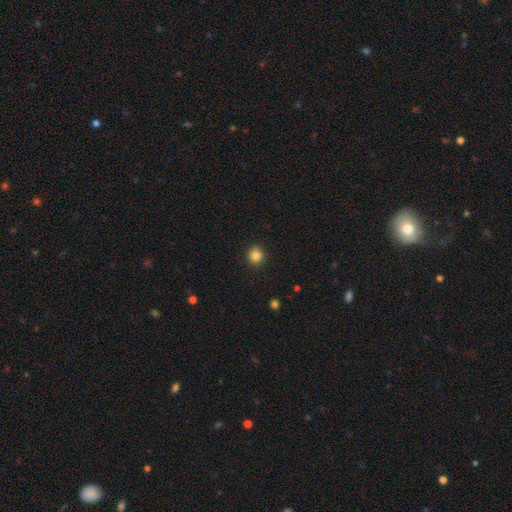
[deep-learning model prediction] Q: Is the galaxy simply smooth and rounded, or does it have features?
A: smooth — 84%.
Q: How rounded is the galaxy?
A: round — 87%.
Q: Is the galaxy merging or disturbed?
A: none — 92%.